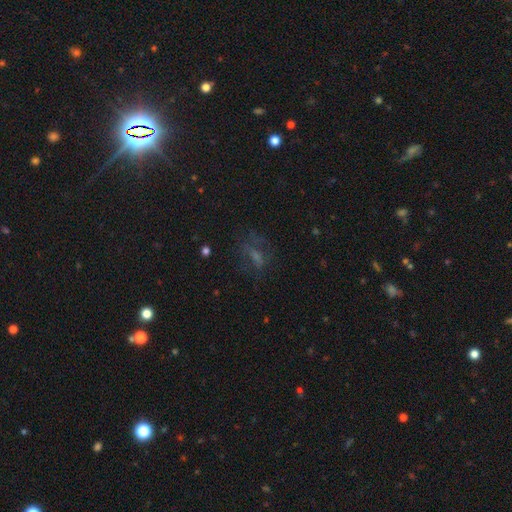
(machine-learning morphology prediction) smooth_or_featured: smooth (p=0.37) [alt: featured or disk p=0.32]
merging: none (p=0.57) [alt: major disturbance p=0.22]